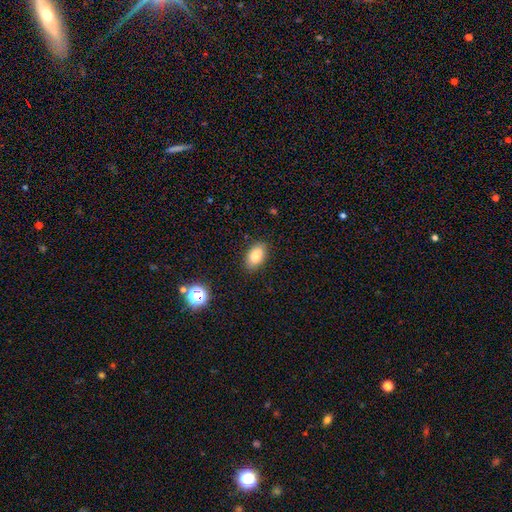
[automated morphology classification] Smooth or featured? Predicted: smooth (p=0.83). How rounded? Predicted: in between (p=0.91). Merging? Predicted: none (p=0.86).